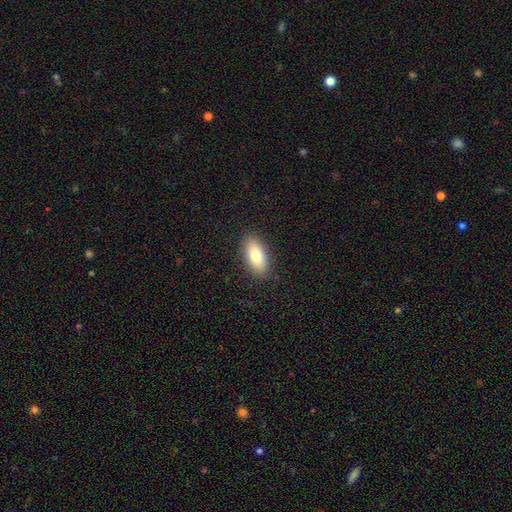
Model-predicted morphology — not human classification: The model was most divided on "smooth or featured": smooth: 79%, featured or disk: 14%, star or artifact: 7%. More confident: how rounded — in between (90%); merging — none (88%).